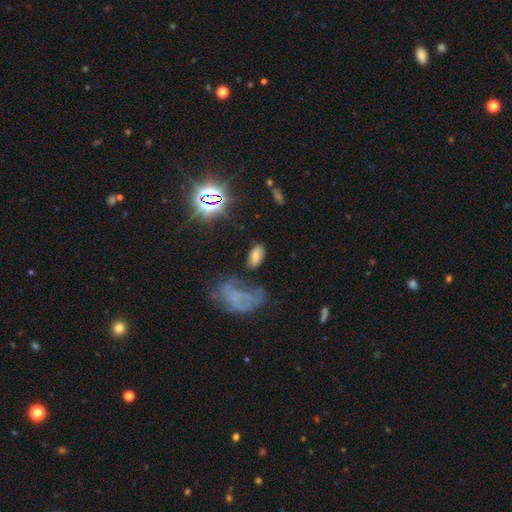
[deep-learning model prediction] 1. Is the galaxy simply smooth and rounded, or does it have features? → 64% smooth, 19% featured or disk, 18% star or artifact.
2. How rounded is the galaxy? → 91% in between, 5% round, 4% cigar-shaped.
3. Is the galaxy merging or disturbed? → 69% none, 16% minor disturbance, 9% major disturbance, 6% merger.